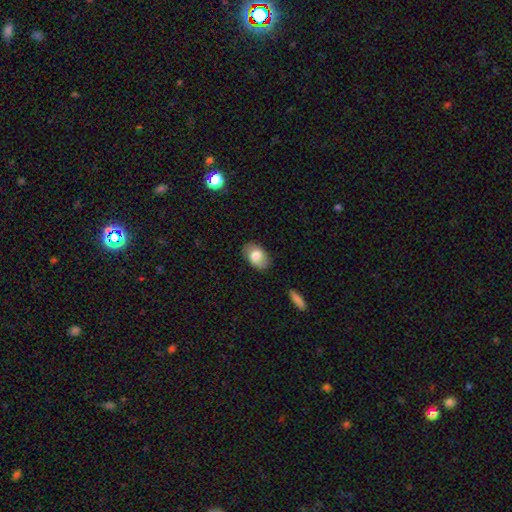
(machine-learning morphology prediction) This appears to be a smooth galaxy with no disk features (77%) that is in between round and cigar-shaped (87%). Merging: none (80%).